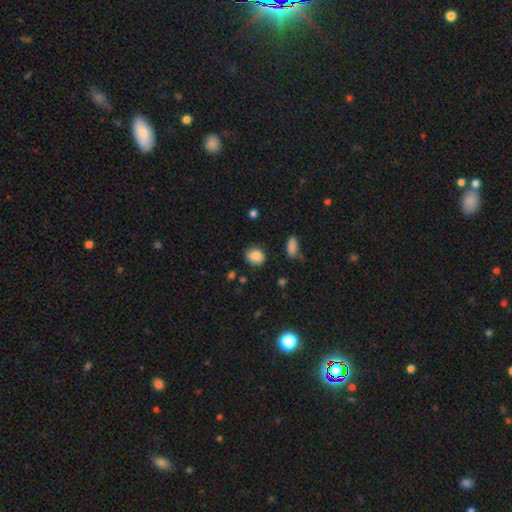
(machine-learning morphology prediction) A smooth galaxy with no disk features (85%) that is round (60%). Merging: none (81%).